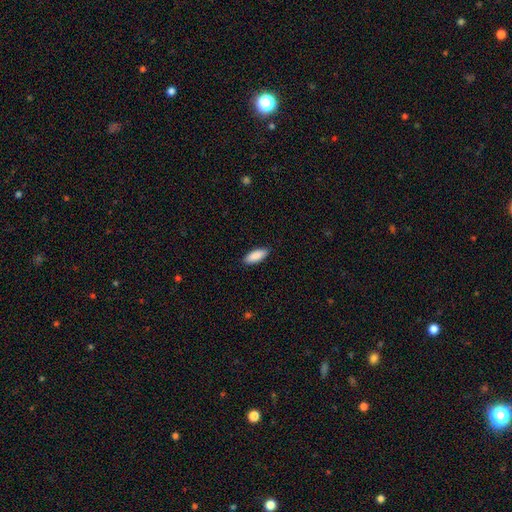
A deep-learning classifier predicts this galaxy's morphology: Overall: smooth (90%). How rounded: in between (75%). Merging: none (89%).